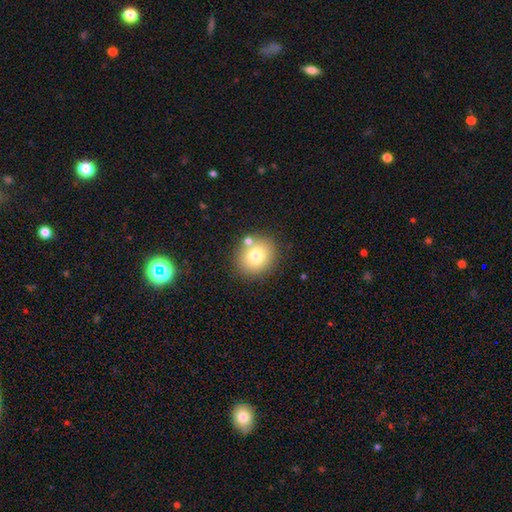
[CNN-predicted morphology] A smooth galaxy with no disk features (76%) that is round (75%). Merging: none (77%).